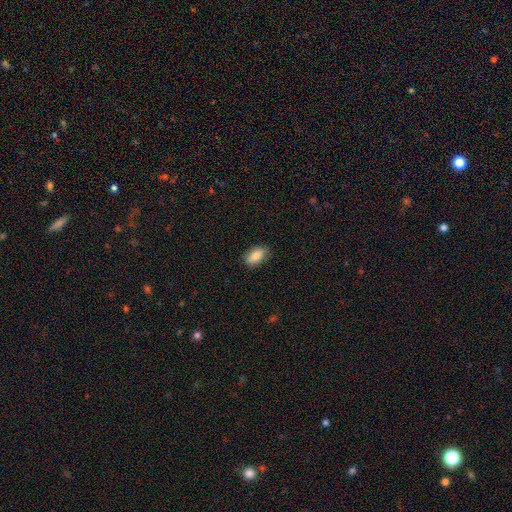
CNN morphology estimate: Q: Smooth or featured?
A: smooth (85%); runner-up: featured or disk (8%)
Q: How rounded?
A: in between (91%); runner-up: round (6%)
Q: Merging?
A: none (84%); runner-up: minor disturbance (13%)